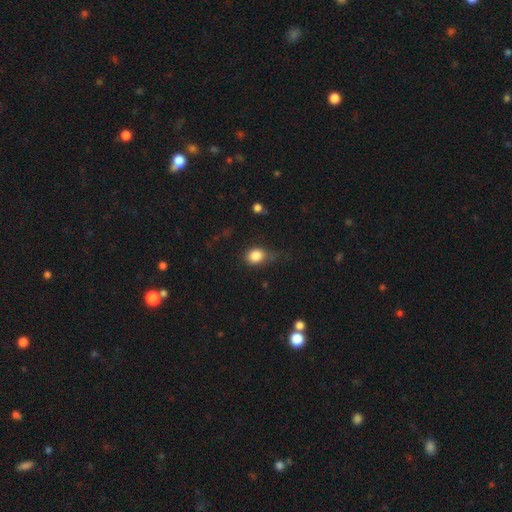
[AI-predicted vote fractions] Morphology: type=smooth (83%); roundness=round (57%); merging=none (53%).